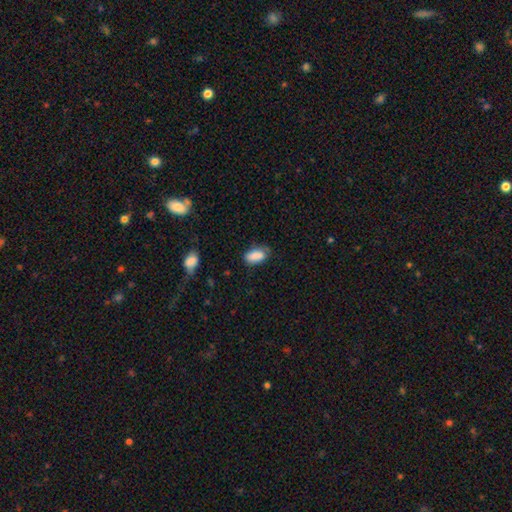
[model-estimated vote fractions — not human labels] This is clearly a smooth galaxy (87%). How rounded: clearly in between (91%). Merging: likely none (66%).